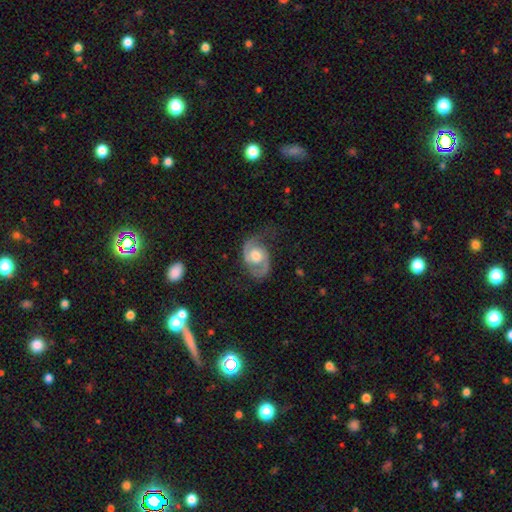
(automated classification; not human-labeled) smooth-or-featured: featured or disk: 83% | smooth: 12% | star or artifact: 5%
  disk-edge-on: no: 97% | yes: 3%
    bar: no: 66% | weak: 28% | strong: 6%
    has-spiral-arms: yes: 94% | no: 6%
      spiral-winding: medium: 51% | tight: 30% | loose: 19%
      spiral-arm-count: 2: 89% | can't tell: 4% | 1: 4% | 3: 1% | 4: 1% | more than 4: 1%
    bulge-size: moderate: 55% | large: 31% | small: 9% | none: 3% | dominant: 2%
  merging: none: 63% | minor disturbance: 22% | major disturbance: 14% | merger: 1%